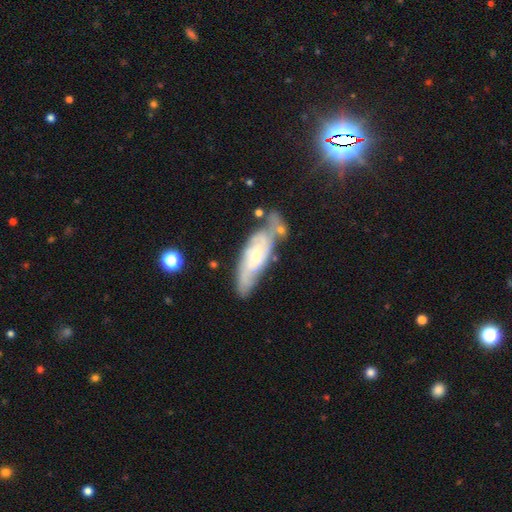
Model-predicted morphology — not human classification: A featured or disk galaxy (75%) with no bar (53%), 2 (47%) tight (52%) spiral arms (91%) and a small central bulge (60%). Merging: none (53%).